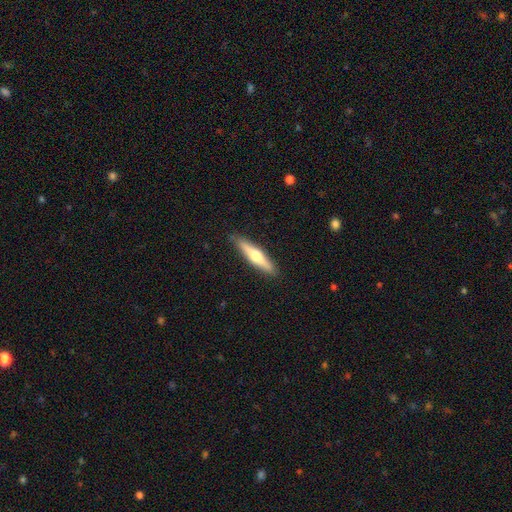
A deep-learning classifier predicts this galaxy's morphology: A featured or disk galaxy (54%) viewed edge-on (95%) with a rounded central bulge (92%). Merging: none (89%).